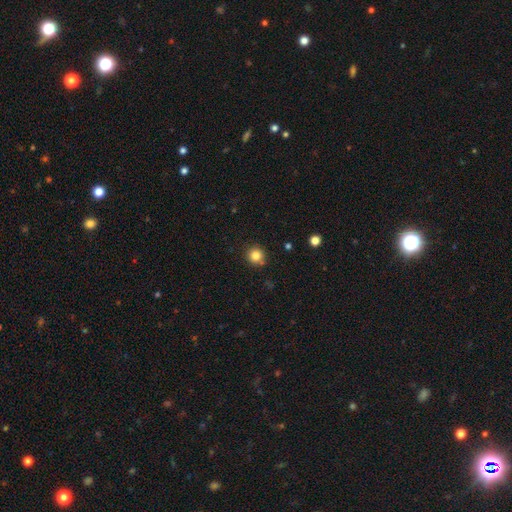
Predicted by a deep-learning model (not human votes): Q: Smooth or featured?
A: smooth (83%); runner-up: star or artifact (12%)
Q: How rounded?
A: round (94%); runner-up: in between (5%)
Q: Merging?
A: none (85%); runner-up: minor disturbance (9%)